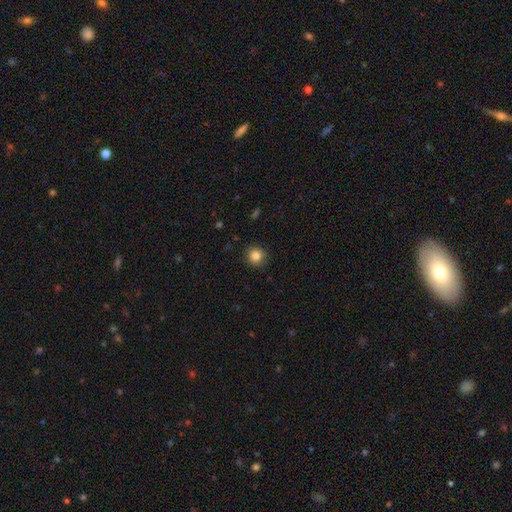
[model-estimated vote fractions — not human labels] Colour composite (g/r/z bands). It shows a smooth galaxy with no disk features (85%) that is round (90%). Merging: none (89%).